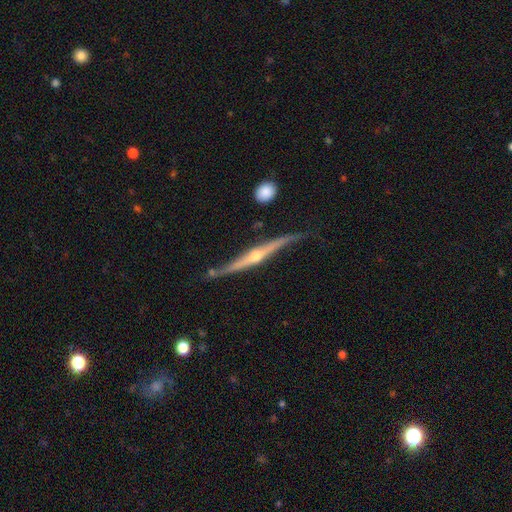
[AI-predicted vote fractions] Smooth or featured?
  - featured or disk: 86% *
  - smooth: 9%
  - star or artifact: 5%
Edge-on disk?
  - yes: 97% *
  - no: 3%
Edge-on bulge?
  - rounded: 92% *
  - none: 5%
  - boxy: 3%
Merging?
  - none: 71% *
  - minor disturbance: 21%
  - major disturbance: 4%
  - merger: 4%